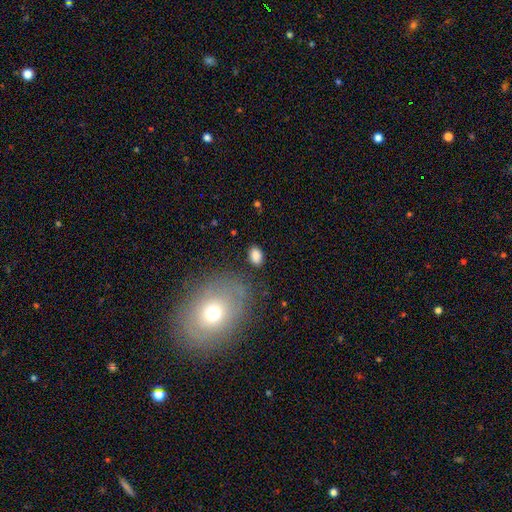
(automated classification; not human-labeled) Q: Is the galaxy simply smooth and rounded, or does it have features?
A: smooth — 85%.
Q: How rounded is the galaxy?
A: in between — 82%.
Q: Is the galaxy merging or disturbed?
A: none — 82%.